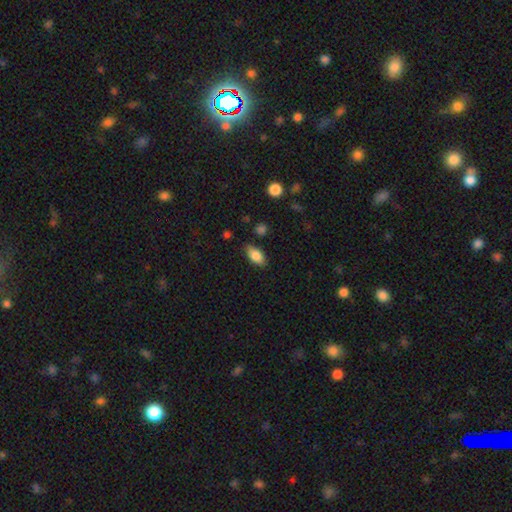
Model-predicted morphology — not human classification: This appears to be a smooth galaxy with no disk features (83%) that is in between round and cigar-shaped (89%). Merging: none (80%).